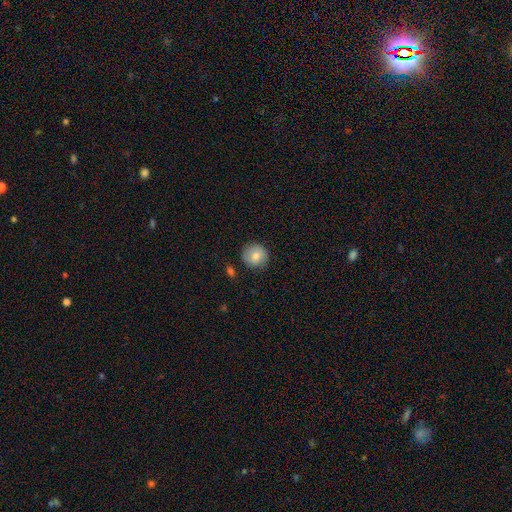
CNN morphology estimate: A smooth galaxy with no disk features (81%) that is round (92%). Merging: none (83%).